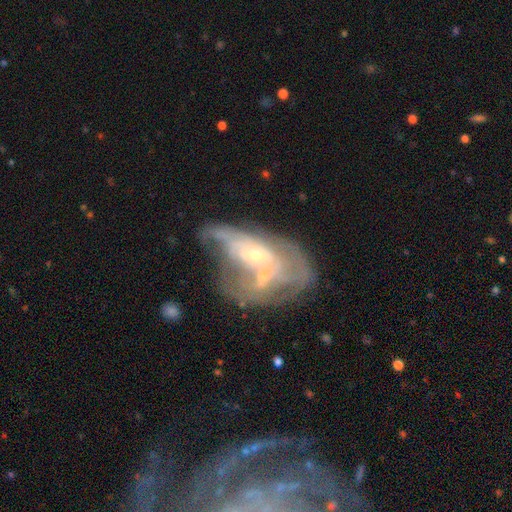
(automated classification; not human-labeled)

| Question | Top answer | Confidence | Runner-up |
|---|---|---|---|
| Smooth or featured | featured or disk | 72% | smooth (20%) |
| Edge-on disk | no | 94% | yes (6%) |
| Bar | no | 68% | weak (24%) |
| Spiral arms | yes | 58% | no (42%) |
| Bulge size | small | 66% | moderate (25%) |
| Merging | merger | 56% | major disturbance (18%) |